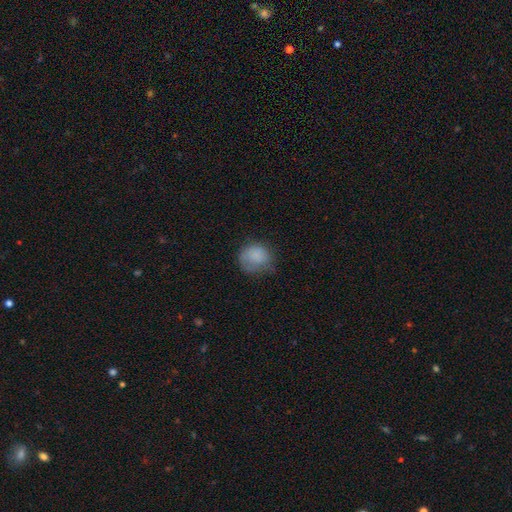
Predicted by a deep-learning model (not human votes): Smooth or featured: smooth — 81% (featured or disk — 11%)
How rounded: round — 71% (in between — 28%)
Merging: none — 50% (minor disturbance — 32%)